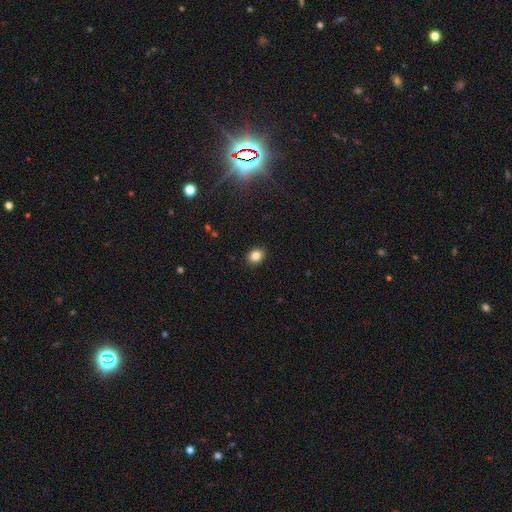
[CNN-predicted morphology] type=smooth (83%); roundness=round (53%); merging=none (90%).